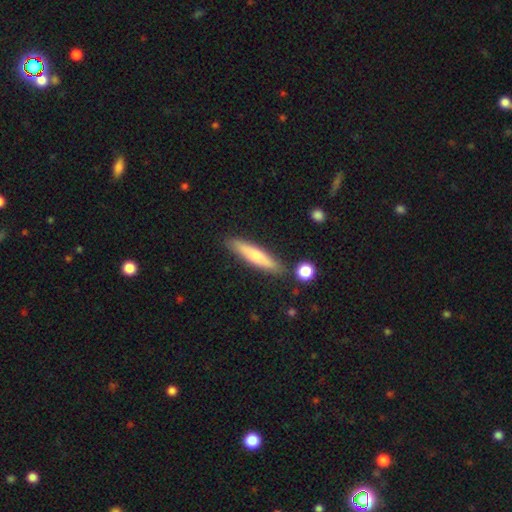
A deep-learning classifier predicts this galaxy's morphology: A smooth galaxy with no disk features (62%) that is cigar-shaped (88%). Merging: none (84%).